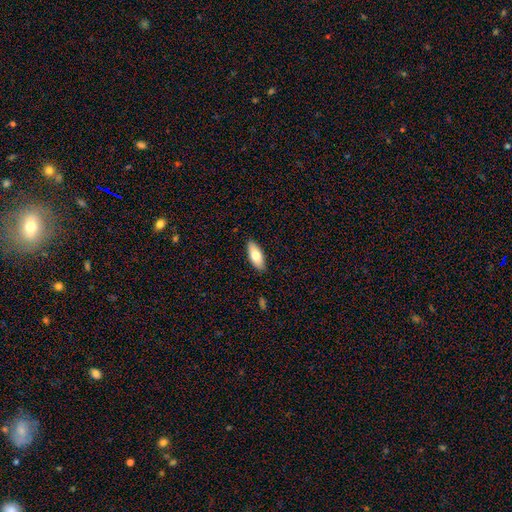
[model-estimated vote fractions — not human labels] smooth-or-featured: smooth: 75% | featured or disk: 19% | star or artifact: 6%
  how-rounded: in between: 80% | cigar-shaped: 18% | round: 2%
  merging: none: 88% | minor disturbance: 9% | major disturbance: 2% | merger: 1%